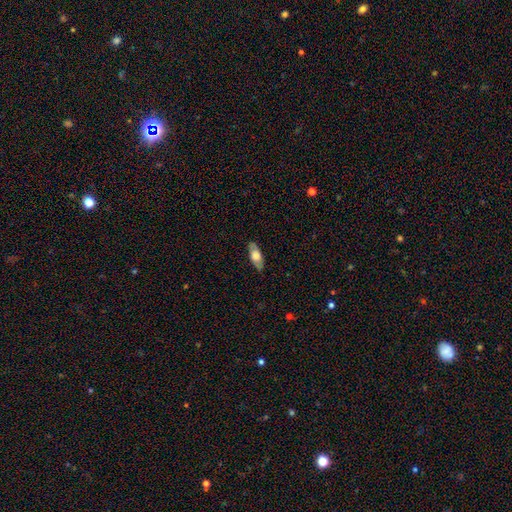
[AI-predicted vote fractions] smooth-or-featured: smooth: 59% | featured or disk: 35% | star or artifact: 6%
  how-rounded: in between: 77% | cigar-shaped: 20% | round: 3%
  merging: none: 83% | minor disturbance: 13% | major disturbance: 3% | merger: 1%